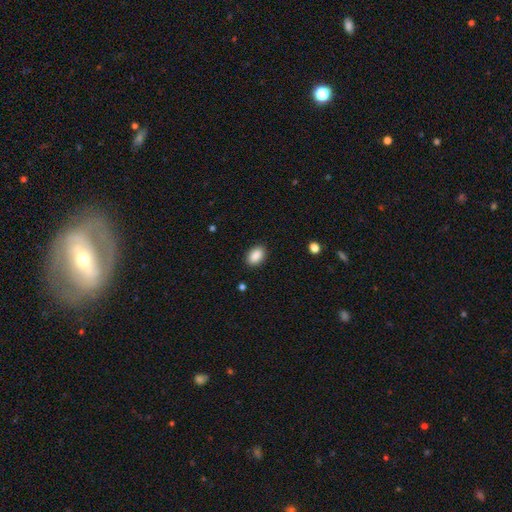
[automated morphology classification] The model was most divided on "how rounded": in between: 85%, round: 13%, cigar-shaped: 1%. More confident: smooth or featured — smooth (89%); merging — none (88%).